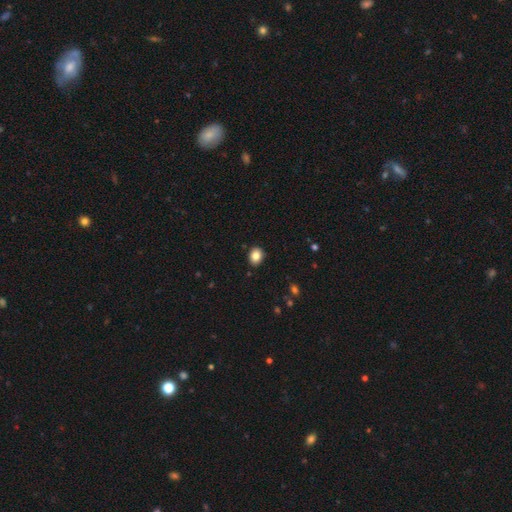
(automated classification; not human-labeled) This is clearly a smooth galaxy (84%). How rounded: possibly round (50%). Merging: clearly none (89%).